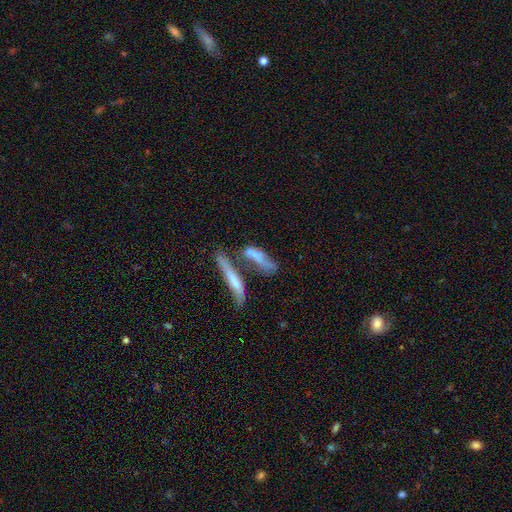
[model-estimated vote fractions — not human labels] This is possibly a smooth galaxy (55%). How rounded: likely cigar-shaped (65%). Merging: possibly merger (48%).